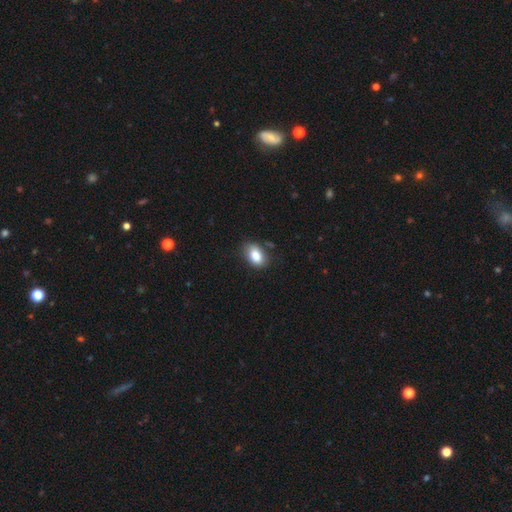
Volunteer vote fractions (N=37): Smooth or featured? smooth (95%)
How rounded? in between (74%)
Merging? none (86%)